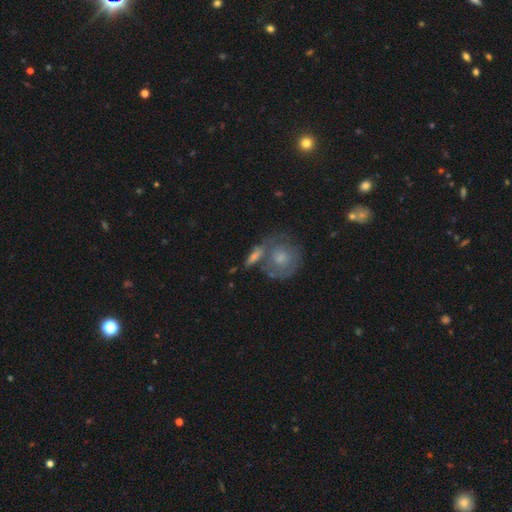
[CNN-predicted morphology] smooth_or_featured: featured or disk (p=0.48) [alt: smooth p=0.40]
merging: none (p=0.53) [alt: merger p=0.27]